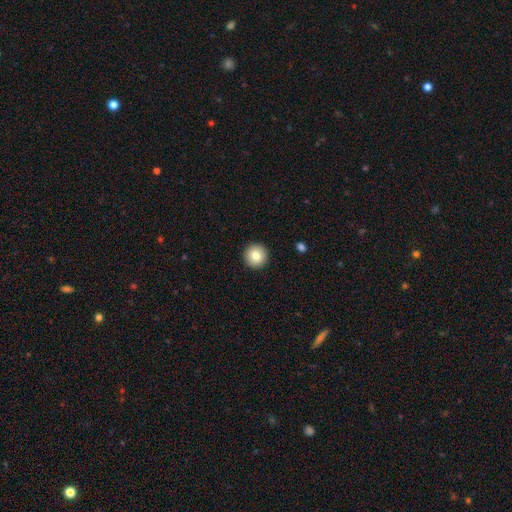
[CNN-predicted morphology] Smooth or featured? Predicted: smooth (p=0.81). How rounded? Predicted: round (p=0.96). Merging? Predicted: none (p=0.93).